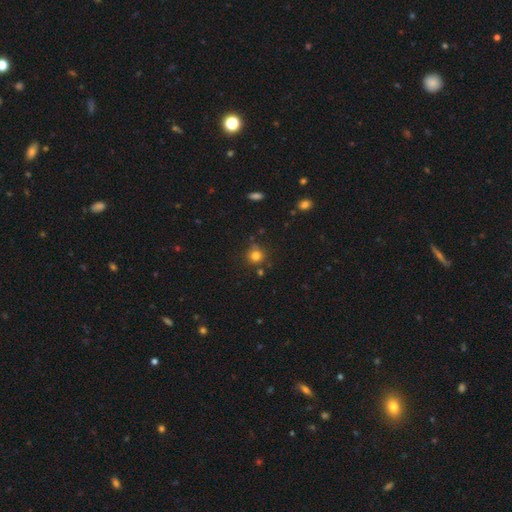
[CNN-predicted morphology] A smooth galaxy with no disk features (80%) that is round (90%).

Vote fractions:
- Smooth or featured? smooth: 80% / star or artifact: 14% / featured or disk: 6%
- How rounded? round: 90% / in between: 9% / cigar-shaped: 1%
- Merging? none: 77% / minor disturbance: 13% / merger: 7% / major disturbance: 3%